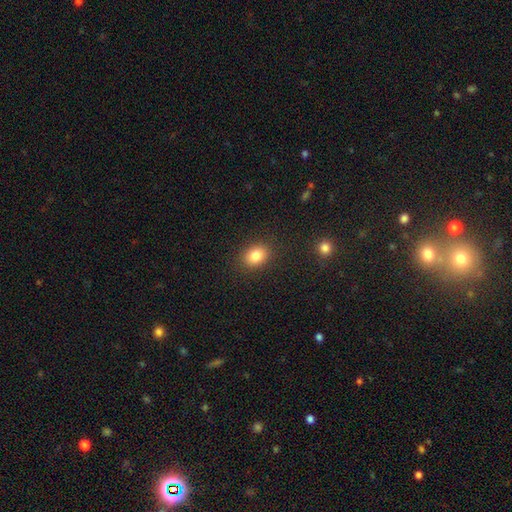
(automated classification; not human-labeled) smooth 83%, star or artifact 10%, featured or disk 7%. Down the decision tree: how rounded — in between (63%); merging — none (87%).